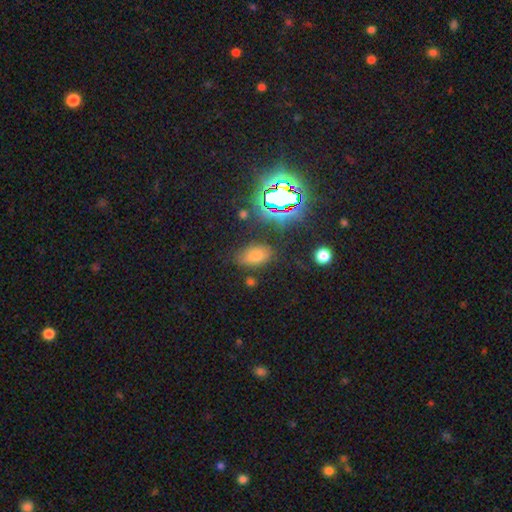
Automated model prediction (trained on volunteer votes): Morphology: type=smooth (67%); roundness=in between (90%); merging=none (74%).